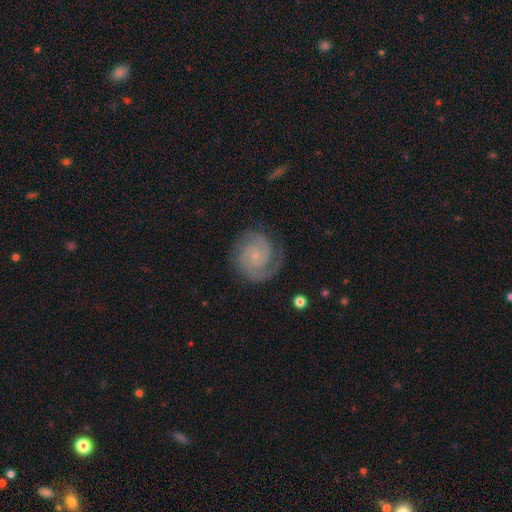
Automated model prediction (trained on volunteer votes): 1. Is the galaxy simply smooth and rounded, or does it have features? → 89% featured or disk, 6% smooth, 5% star or artifact.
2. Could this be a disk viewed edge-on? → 98% no, 2% yes.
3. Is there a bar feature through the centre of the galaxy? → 75% no, 20% weak, 5% strong.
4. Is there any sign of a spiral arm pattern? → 98% yes, 2% no.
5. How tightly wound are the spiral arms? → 67% tight, 29% medium, 4% loose.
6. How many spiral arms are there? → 78% 2, 9% 3, 6% can't tell, 3% 1, 2% 4, 2% more than 4.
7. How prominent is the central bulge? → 81% small, 10% moderate, 7% none, 1% large, 1% dominant.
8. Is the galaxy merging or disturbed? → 81% none, 13% minor disturbance, 5% major disturbance, 1% merger.